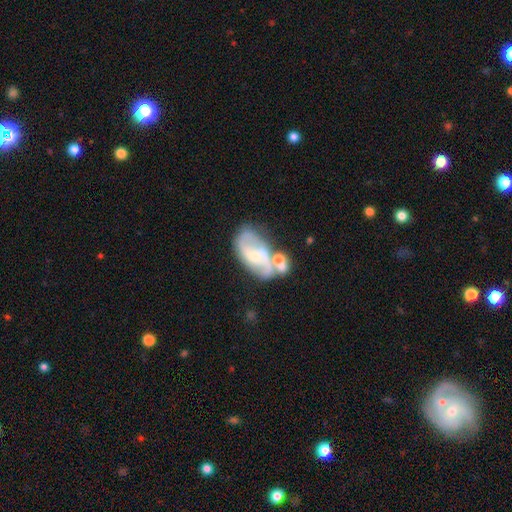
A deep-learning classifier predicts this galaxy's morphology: Smooth or featured? featured or disk (73%)
Edge-on disk? no (96%)
Bar? no (56%)
Spiral arms? yes (82%)
Spiral winding? medium (44%)
Spiral arm count? 2 (65%)
Bulge size? small (62%)
Merging? merger (35%)